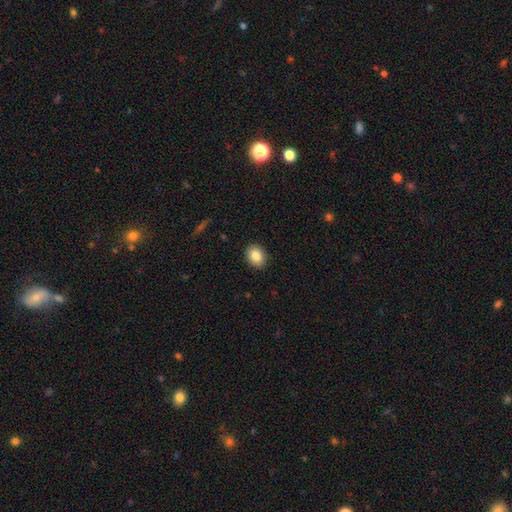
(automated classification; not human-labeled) Morphology: type=smooth (85%); roundness=in between (61%); merging=none (91%).